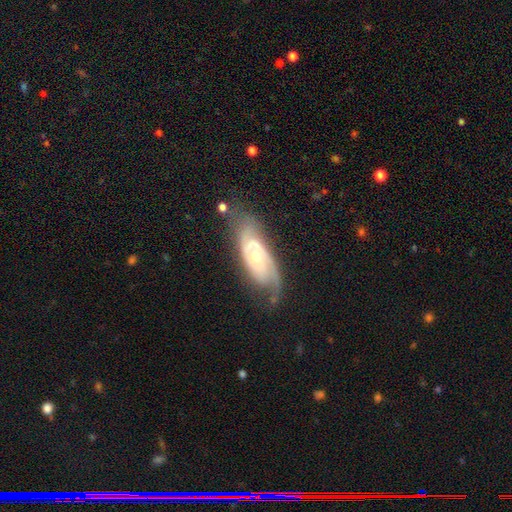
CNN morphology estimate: Smooth or featured?
  - featured or disk: 82% *
  - smooth: 13%
  - star or artifact: 5%
Edge-on disk?
  - no: 90% *
  - yes: 10%
Bar?
  - no: 69% *
  - weak: 25%
  - strong: 6%
Spiral arms?
  - yes: 92% *
  - no: 8%
Spiral winding?
  - tight: 57% *
  - medium: 32%
  - loose: 11%
Spiral arm count?
  - 2: 54% *
  - can't tell: 23%
  - 1: 11%
  - 3: 8%
  - 4: 2%
  - more than 4: 2%
Bulge size?
  - moderate: 53% *
  - small: 42%
  - large: 3%
  - none: 1%
  - dominant: 1%
Merging?
  - none: 63% *
  - minor disturbance: 22%
  - major disturbance: 12%
  - merger: 3%